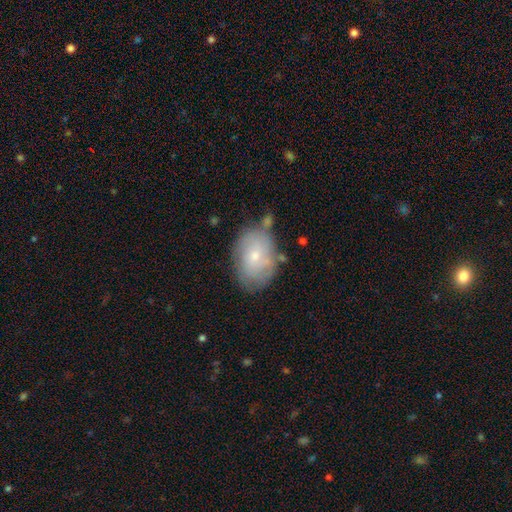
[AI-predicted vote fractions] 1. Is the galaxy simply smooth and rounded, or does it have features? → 58% smooth, 34% featured or disk, 8% star or artifact.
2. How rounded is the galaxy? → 82% in between, 17% round, 1% cigar-shaped.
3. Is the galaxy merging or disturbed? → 62% none, 25% minor disturbance, 7% major disturbance, 7% merger.